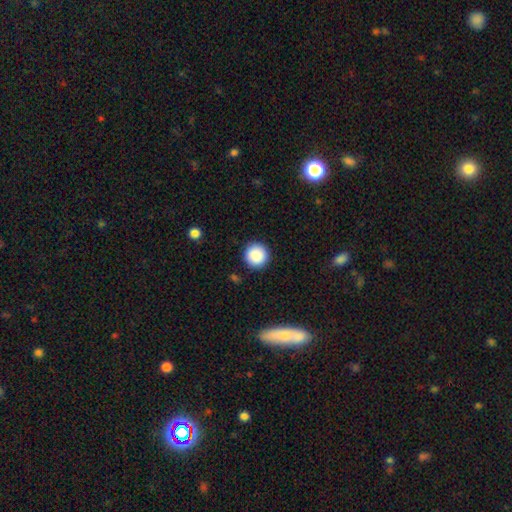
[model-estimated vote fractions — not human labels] Morphology: type=smooth (88%); roundness=round (95%); merging=none (91%).